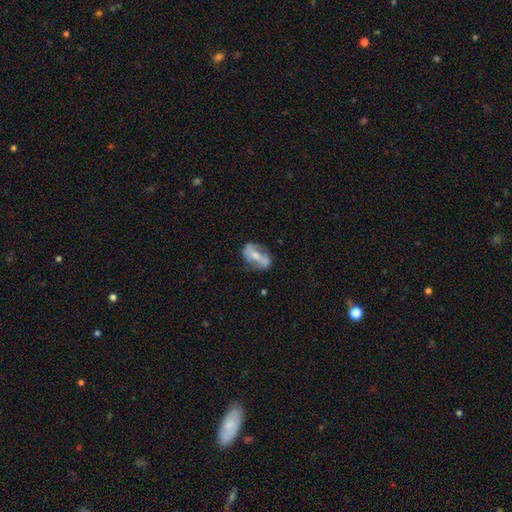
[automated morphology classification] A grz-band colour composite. It shows a featured or disk galaxy (54%). Merging: none (54%).